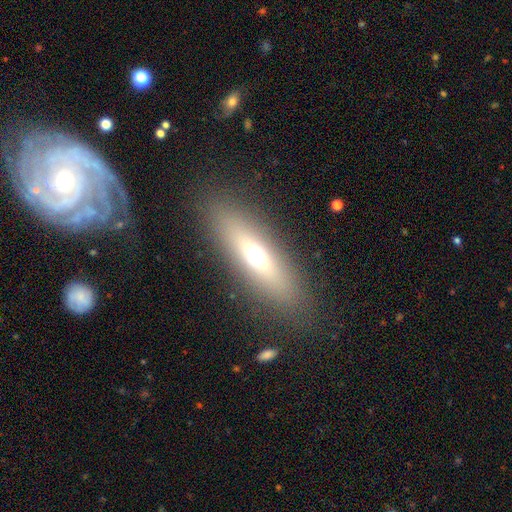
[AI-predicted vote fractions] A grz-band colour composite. It shows a smooth galaxy with no disk features (54%) that is cigar-shaped (58%). Merging: none (85%).